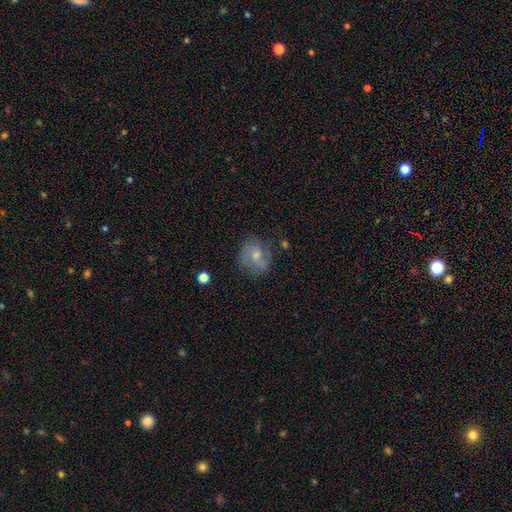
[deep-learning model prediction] Smooth or featured: featured or disk — 49% (smooth — 42%)
Merging: none — 63% (minor disturbance — 23%)